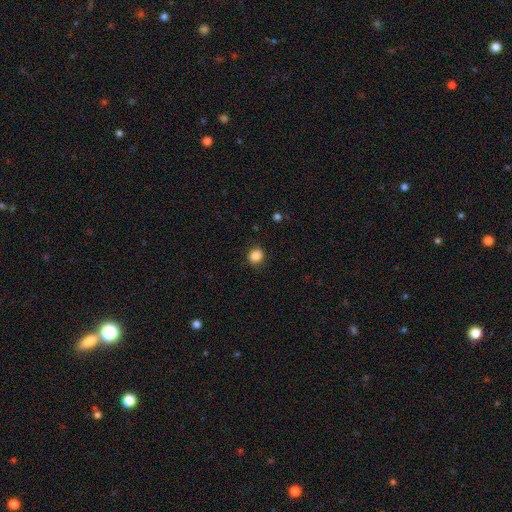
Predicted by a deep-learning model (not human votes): Smooth or featured?
  - smooth: 86% *
  - star or artifact: 10%
  - featured or disk: 3%
How rounded?
  - round: 75% *
  - in between: 24%
  - cigar-shaped: 1%
Merging?
  - none: 87% *
  - minor disturbance: 9%
  - major disturbance: 3%
  - merger: 1%